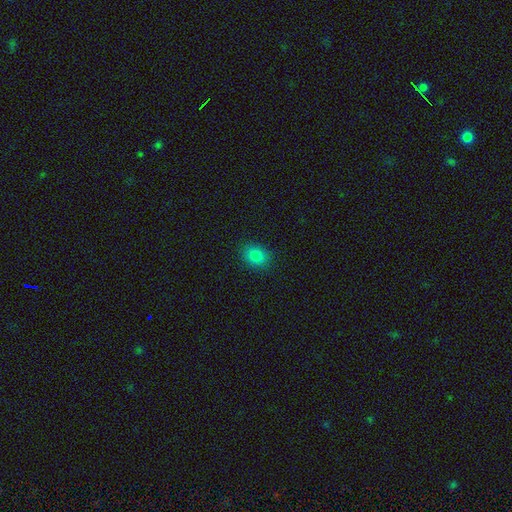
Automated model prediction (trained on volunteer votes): smooth_or_featured: smooth (p=0.82) [alt: star or artifact p=0.12]
how_rounded: in between (p=0.57) [alt: round p=0.42]
merging: none (p=0.88) [alt: minor disturbance p=0.08]